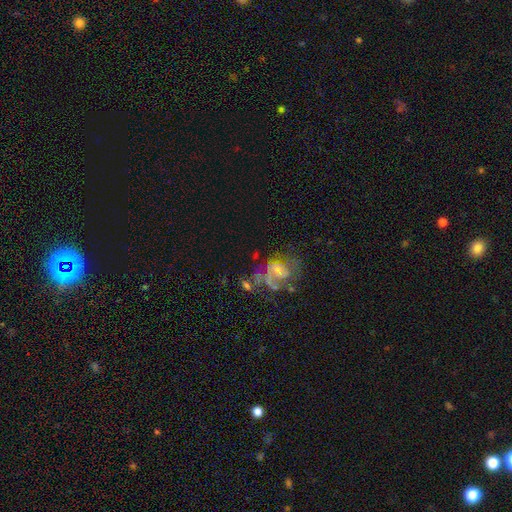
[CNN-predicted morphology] featured or disk 61%, smooth 25%, star or artifact 14%. Down the decision tree: edge-on disk — no (97%); bar — no (51%); spiral arms — yes (71%); bulge size — small (54%); merging — none (34%).